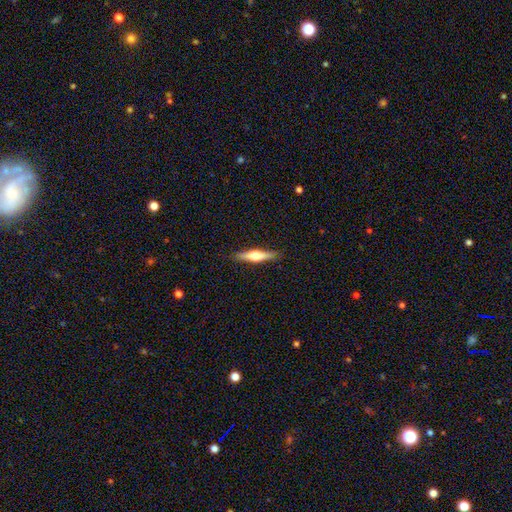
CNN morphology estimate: A featured or disk galaxy (53%) viewed edge-on (95%) with a rounded central bulge (93%).

Vote fractions:
- Smooth or featured? featured or disk: 53% / smooth: 42% / star or artifact: 5%
- Edge-on disk? yes: 95% / no: 5%
- Edge-on bulge? rounded: 93% / none: 4% / boxy: 4%
- Merging? none: 89% / minor disturbance: 8% / major disturbance: 2% / merger: 1%